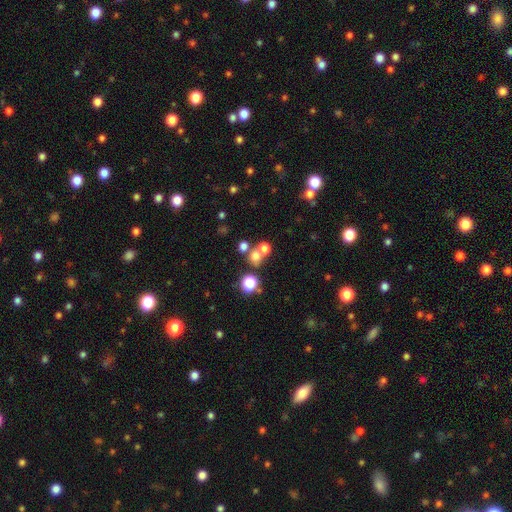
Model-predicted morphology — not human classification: smooth_or_featured: smooth (p=0.65) [alt: star or artifact p=0.24]
how_rounded: round (p=0.83) [alt: in between p=0.16]
merging: none (p=0.55) [alt: merger p=0.34]